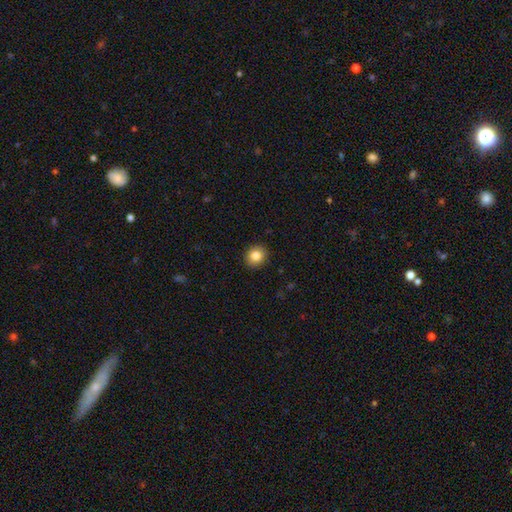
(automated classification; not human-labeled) Overall: smooth (83%). How rounded: round (80%). Merging: none (91%).